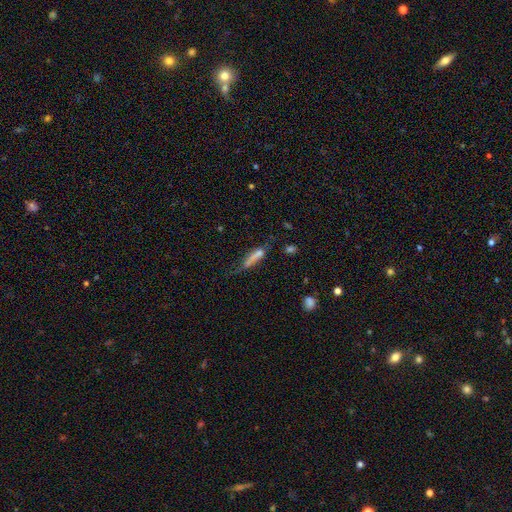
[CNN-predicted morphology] A smooth galaxy with no disk features (65%) that is cigar-shaped (78%). Merging: none (35%).